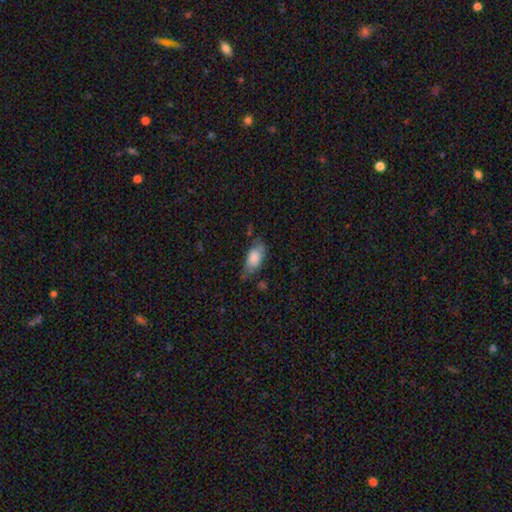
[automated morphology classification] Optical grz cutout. It shows a smooth galaxy with no disk features (74%) that is in between round and cigar-shaped (85%). Merging: none (58%).